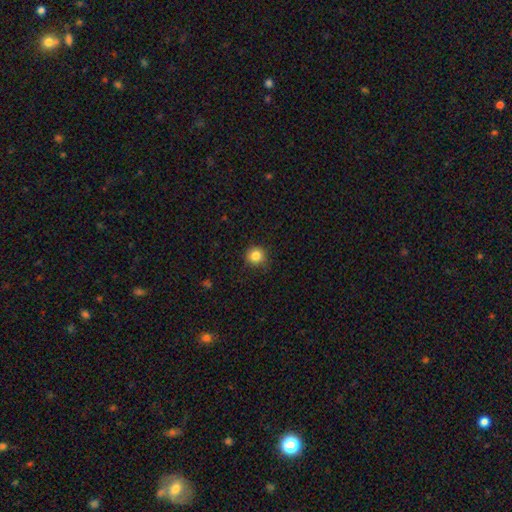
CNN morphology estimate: Smooth or featured: smooth — 84% (star or artifact — 11%)
How rounded: round — 92% (in between — 7%)
Merging: none — 85% (minor disturbance — 12%)